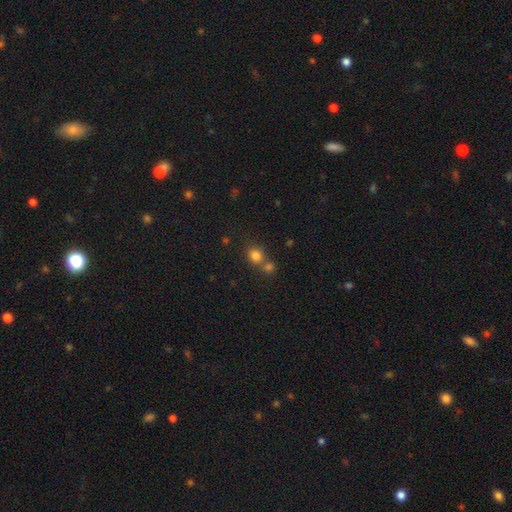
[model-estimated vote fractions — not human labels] Smooth or featured? smooth (80%)
How rounded? round (84%)
Merging? none (57%)